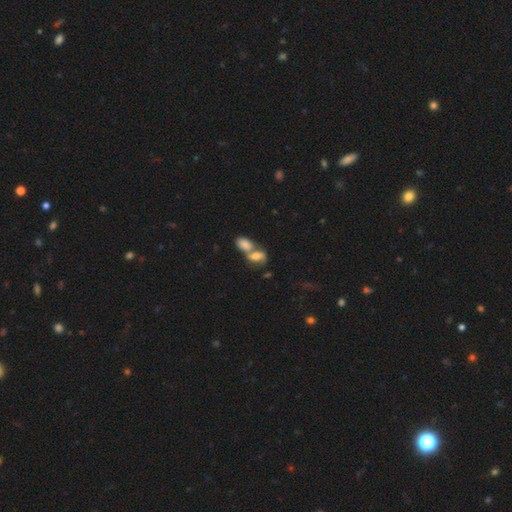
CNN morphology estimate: This appears to be a smooth galaxy with no disk features (62%) that is in between round and cigar-shaped (84%). Merging: merger (67%).